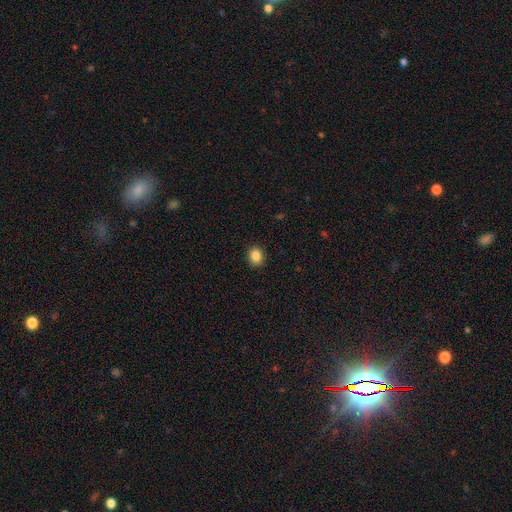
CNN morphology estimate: The model was most divided on "how rounded": round: 58%, in between: 41%, cigar-shaped: 1%. More confident: merging — none (91%); smooth or featured — smooth (87%).